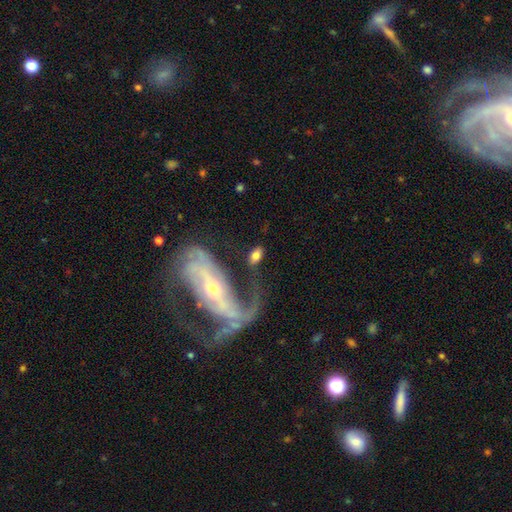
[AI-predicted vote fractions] This is possibly a smooth galaxy (56%). How rounded: clearly in between (86%). Merging: possibly none (56%).